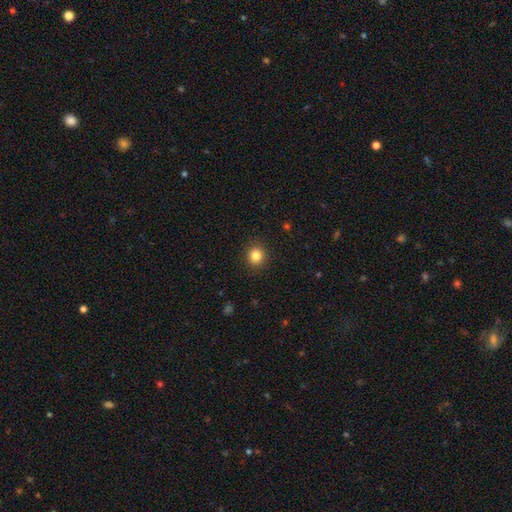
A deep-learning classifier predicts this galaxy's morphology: Smooth or featured? smooth (84%)
How rounded? round (87%)
Merging? none (91%)